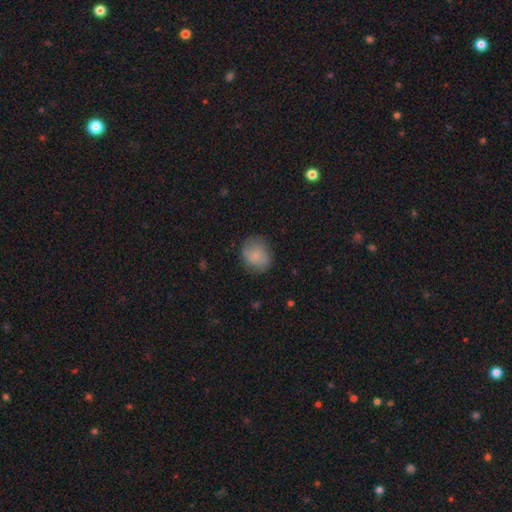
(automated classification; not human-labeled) Smooth or featured? Predicted: smooth (p=0.77). How rounded? Predicted: round (p=0.69). Merging? Predicted: none (p=0.72).